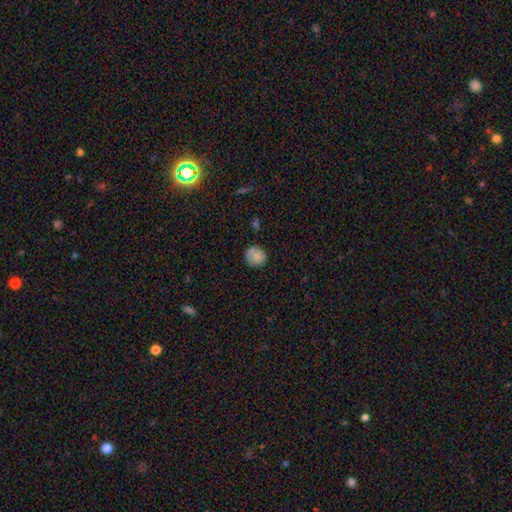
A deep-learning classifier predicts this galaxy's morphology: This is clearly a smooth galaxy (83%). How rounded: clearly round (85%). Merging: likely none (78%).